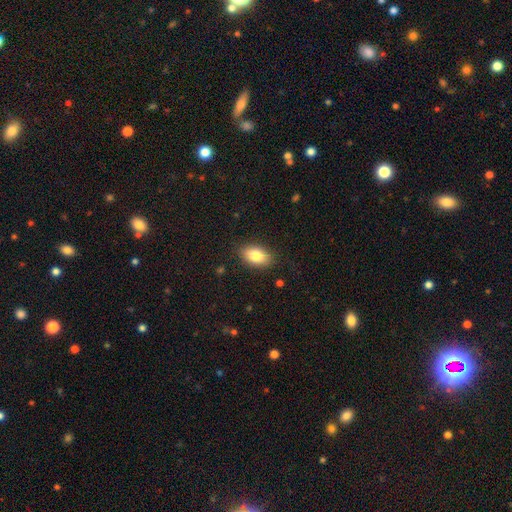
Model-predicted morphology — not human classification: A smooth galaxy with no disk features (82%) that is in between round and cigar-shaped (91%). Merging: none (86%).